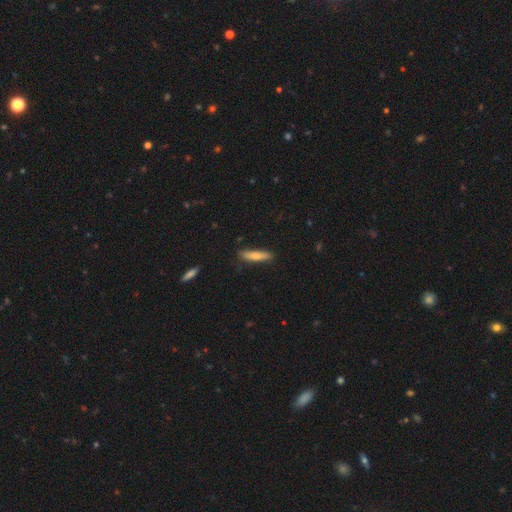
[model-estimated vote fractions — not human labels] This is likely a smooth galaxy (77%). How rounded: clearly cigar-shaped (84%). Merging: clearly none (85%).